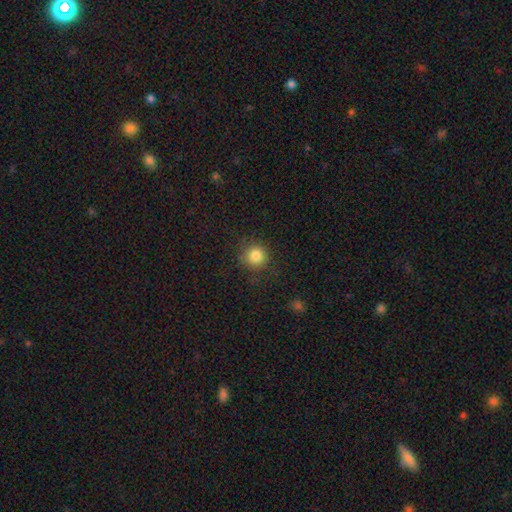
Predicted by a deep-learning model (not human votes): This appears to be a smooth galaxy with no disk features (84%) that is round (92%). Merging: none (85%).